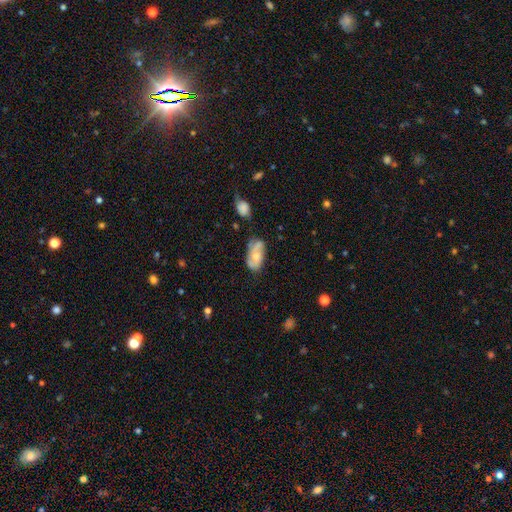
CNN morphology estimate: The model was most divided on "smooth or featured": featured or disk: 49%, smooth: 44%, star or artifact: 7%. More confident: merging — none (53%).